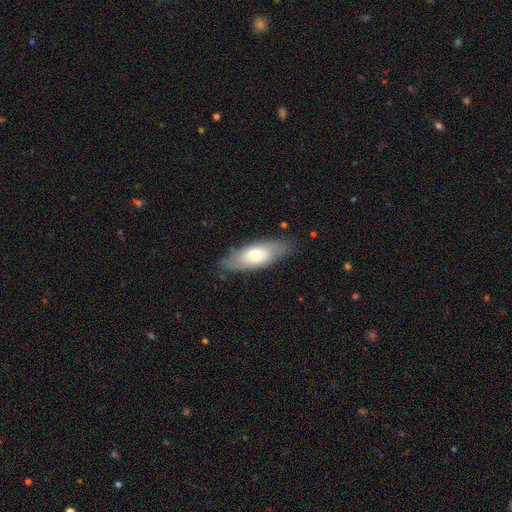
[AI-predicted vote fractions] This appears to be a smooth galaxy with no disk features (61%) that is in between round and cigar-shaped (77%). Merging: none (78%).